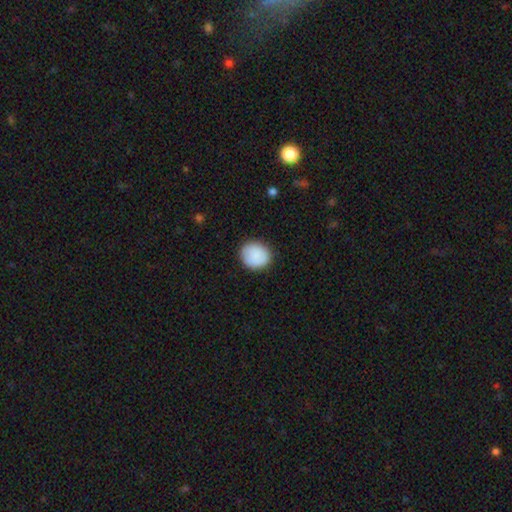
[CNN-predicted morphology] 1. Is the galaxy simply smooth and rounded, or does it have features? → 88% smooth, 7% star or artifact, 5% featured or disk.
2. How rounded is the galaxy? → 82% round, 17% in between, 1% cigar-shaped.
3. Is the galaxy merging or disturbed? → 88% none, 9% minor disturbance, 2% major disturbance, 1% merger.